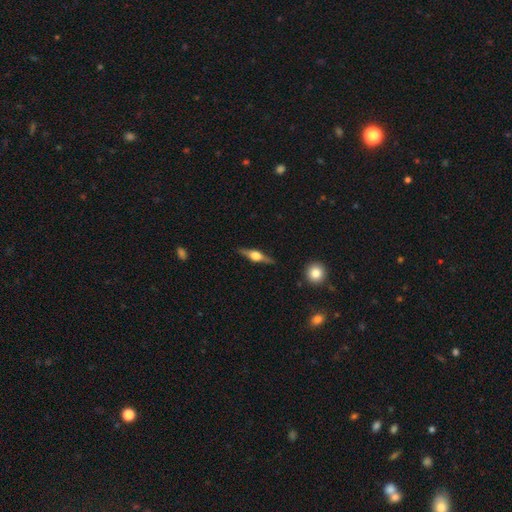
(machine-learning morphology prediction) This is likely a featured or disk galaxy (76%). It is clearly viewed edge-on (97%). Edge-on bulge: clearly rounded (93%). Merging: clearly none (88%).